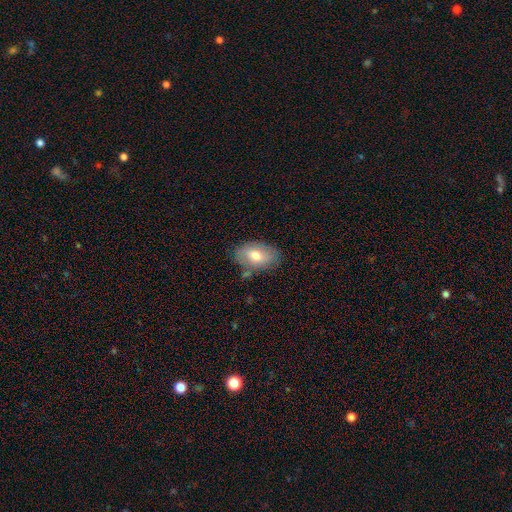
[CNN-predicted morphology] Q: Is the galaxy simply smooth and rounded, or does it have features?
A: smooth — 67%.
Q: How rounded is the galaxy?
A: in between — 90%.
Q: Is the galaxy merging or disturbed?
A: none — 74%.